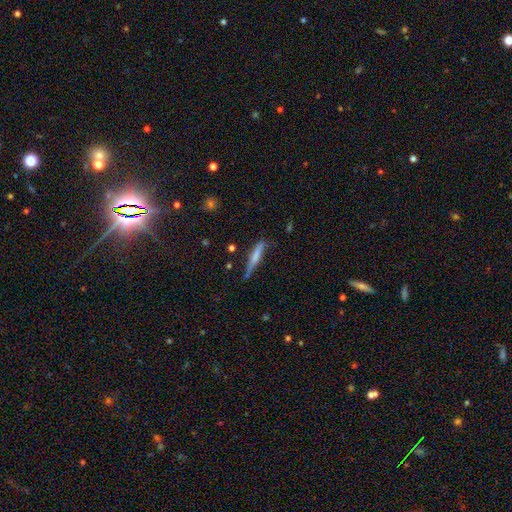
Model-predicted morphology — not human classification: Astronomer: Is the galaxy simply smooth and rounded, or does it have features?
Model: smooth — 61%.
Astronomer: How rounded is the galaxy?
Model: cigar-shaped — 90%.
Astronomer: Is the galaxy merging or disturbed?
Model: none — 61%.